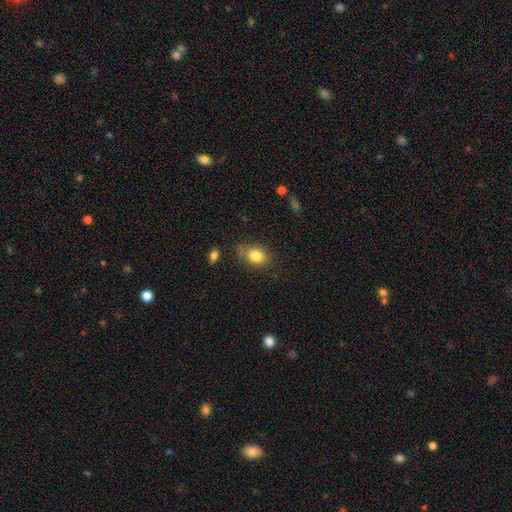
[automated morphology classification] smooth_or_featured: smooth (p=0.82) [alt: star or artifact p=0.10]
how_rounded: in between (p=0.55) [alt: round p=0.44]
merging: none (p=0.70) [alt: minor disturbance p=0.20]